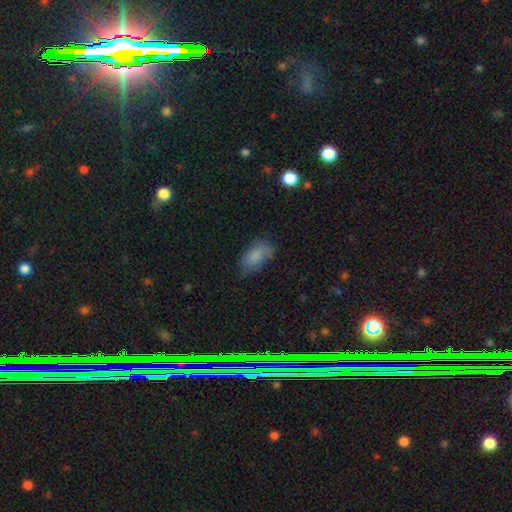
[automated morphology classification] Smooth or featured? smooth (80%)
How rounded? in between (92%)
Merging? none (58%)